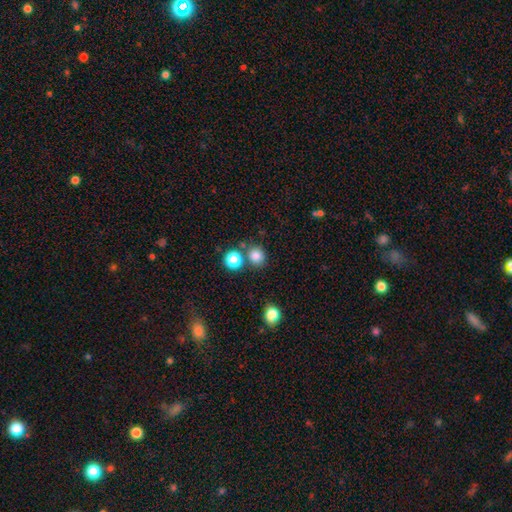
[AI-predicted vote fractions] The model was most divided on "merging": none: 74%, merger: 13%, minor disturbance: 9%, major disturbance: 3%. More confident: how rounded — round (84%); smooth or featured — smooth (82%).